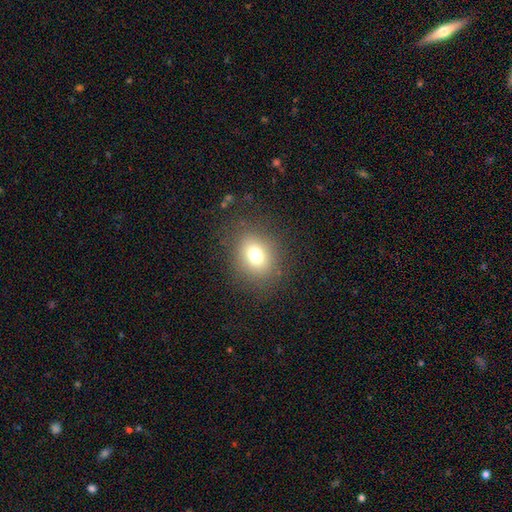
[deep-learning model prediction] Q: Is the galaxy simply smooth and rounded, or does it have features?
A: smooth — 73%.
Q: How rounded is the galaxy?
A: round — 58%.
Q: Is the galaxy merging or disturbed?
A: none — 83%.